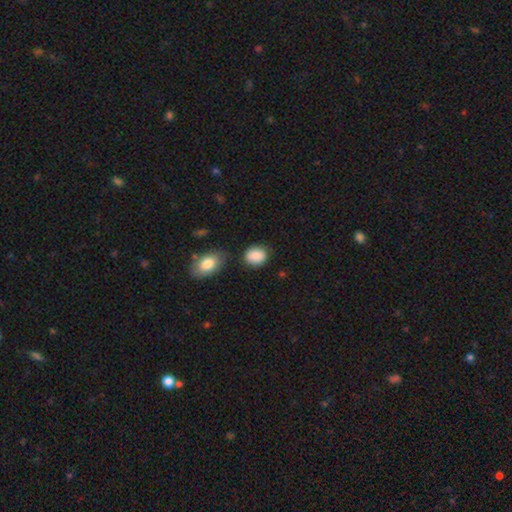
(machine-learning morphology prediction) smooth-or-featured: smooth: 87% | star or artifact: 7% | featured or disk: 6%
  how-rounded: round: 53% | in between: 46% | cigar-shaped: 1%
  merging: none: 72% | minor disturbance: 18% | merger: 6% | major disturbance: 4%